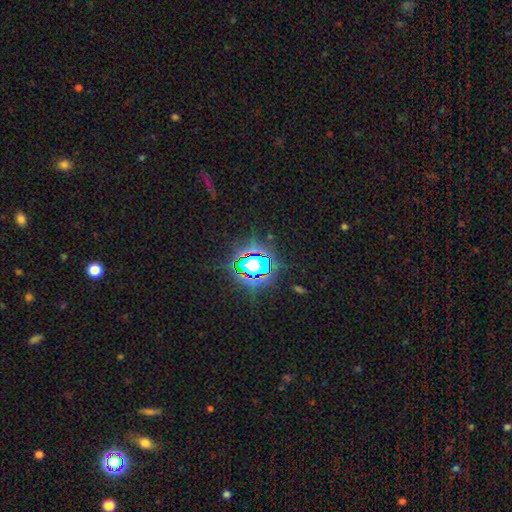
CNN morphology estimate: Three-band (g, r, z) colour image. It shows a star or artifact, not a galaxy (81%).